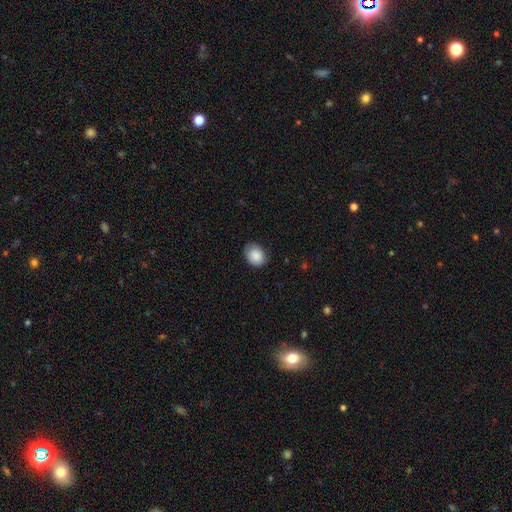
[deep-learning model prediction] The model was most divided on "how rounded": in between: 54%, round: 45%, cigar-shaped: 1%. More confident: smooth or featured — smooth (88%); merging — none (73%).